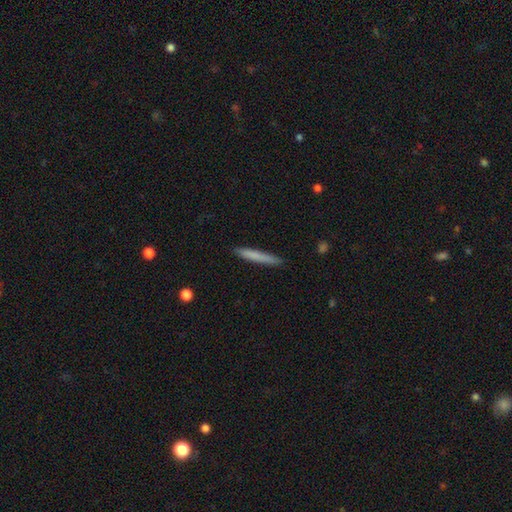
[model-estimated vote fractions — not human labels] Smooth or featured? Predicted: smooth (p=0.75). How rounded? Predicted: cigar-shaped (p=0.96). Merging? Predicted: none (p=0.90).